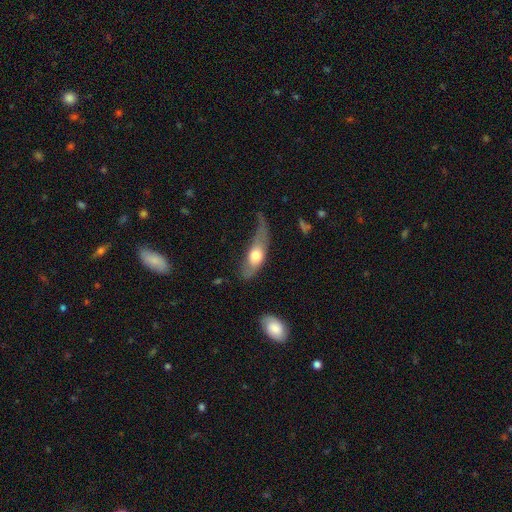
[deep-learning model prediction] smooth-or-featured: smooth: 57% | featured or disk: 37% | star or artifact: 6%
  how-rounded: in between: 59% | cigar-shaped: 36% | round: 5%
  merging: major disturbance: 36% | minor disturbance: 31% | none: 28% | merger: 5%